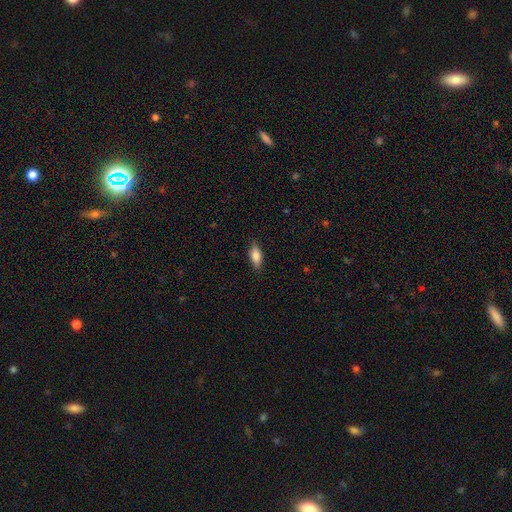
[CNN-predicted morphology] type=smooth (82%); roundness=in between (82%); merging=none (84%).